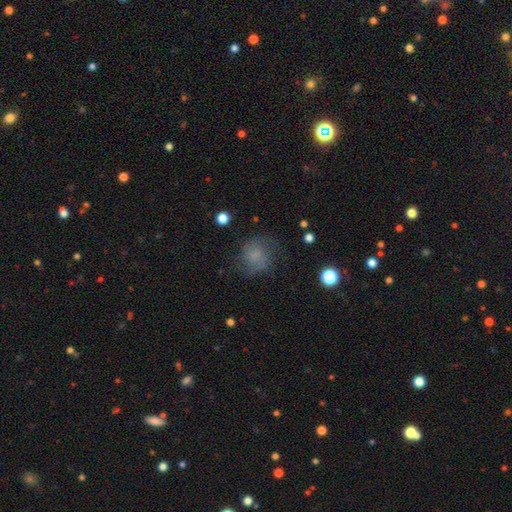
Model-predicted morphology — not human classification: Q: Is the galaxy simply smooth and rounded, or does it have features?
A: smooth — 59%.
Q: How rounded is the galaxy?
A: round — 73%.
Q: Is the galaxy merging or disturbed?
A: none — 62%.